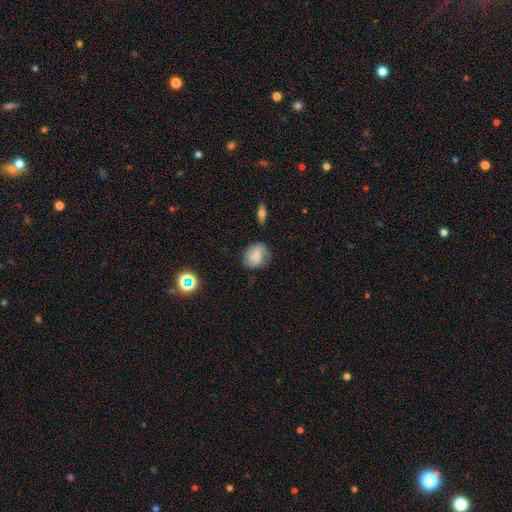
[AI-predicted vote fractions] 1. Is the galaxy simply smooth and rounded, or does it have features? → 61% smooth, 29% featured or disk, 10% star or artifact.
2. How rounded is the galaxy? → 65% round, 34% in between, 1% cigar-shaped.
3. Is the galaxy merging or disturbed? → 68% none, 24% minor disturbance, 7% major disturbance, 2% merger.